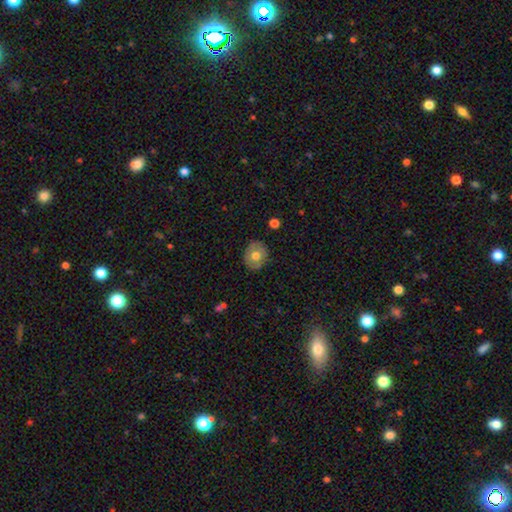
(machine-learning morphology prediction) Smooth or featured?
  - smooth: 63% *
  - featured or disk: 29%
  - star or artifact: 7%
How rounded?
  - round: 63% *
  - in between: 37%
  - cigar-shaped: 1%
Merging?
  - none: 83% *
  - minor disturbance: 13%
  - major disturbance: 3%
  - merger: 1%